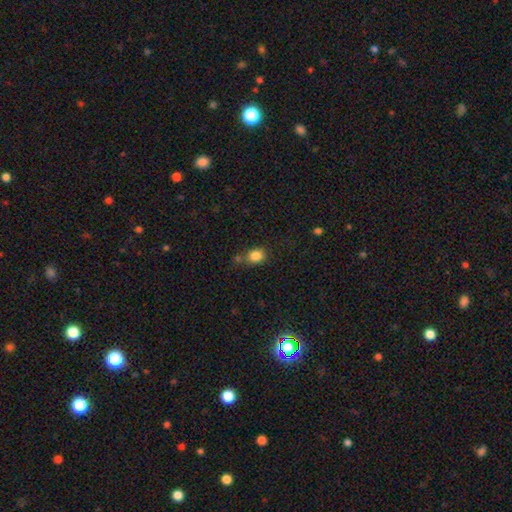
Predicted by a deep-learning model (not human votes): smooth-or-featured: smooth: 83% | star or artifact: 11% | featured or disk: 6%
  how-rounded: round: 53% | in between: 46% | cigar-shaped: 1%
  merging: none: 59% | minor disturbance: 18% | merger: 17% | major disturbance: 5%